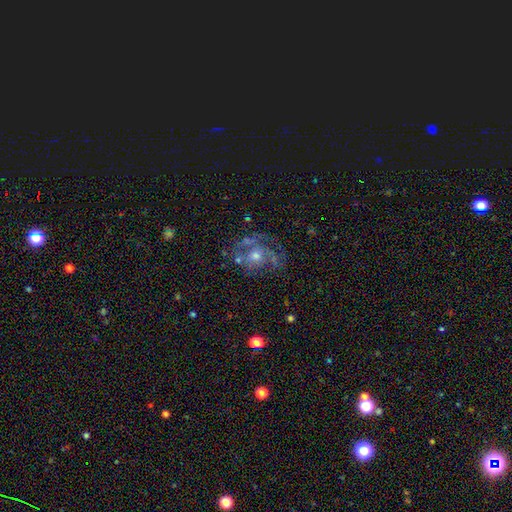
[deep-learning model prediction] Q: Smooth or featured?
A: featured or disk (70%); runner-up: smooth (18%)
Q: Edge-on disk?
A: no (97%); runner-up: yes (3%)
Q: Bar?
A: no (81%); runner-up: weak (16%)
Q: Spiral arms?
A: yes (67%); runner-up: no (33%)
Q: Bulge size?
A: moderate (61%); runner-up: small (29%)
Q: Merging?
A: none (57%); runner-up: major disturbance (19%)